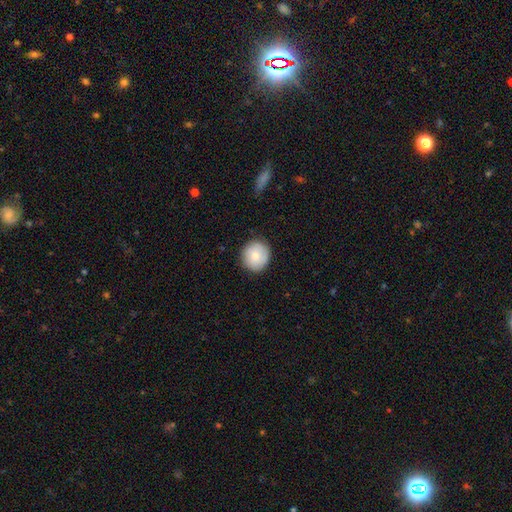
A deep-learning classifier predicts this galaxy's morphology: This appears to be a smooth galaxy with no disk features (78%) that is round (90%). Merging: none (87%).